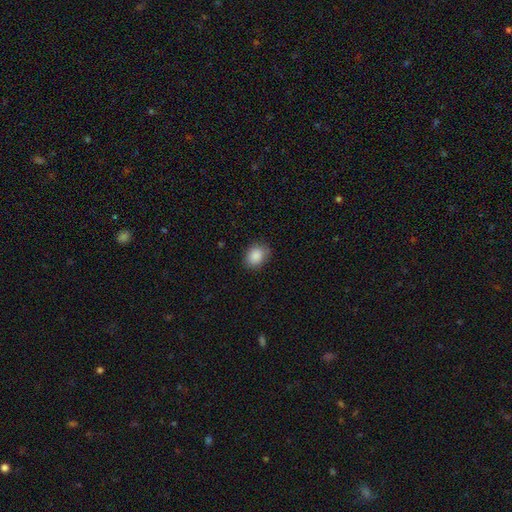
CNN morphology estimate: A smooth galaxy with no disk features (88%) that is in between round and cigar-shaped (60%). Merging: none (81%).